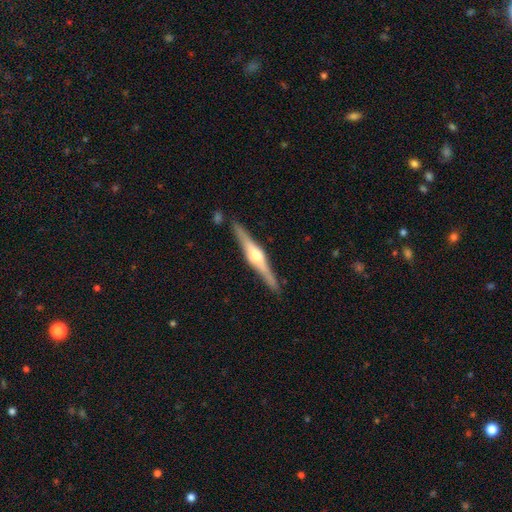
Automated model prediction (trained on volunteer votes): Smooth or featured? featured or disk (80%)
Edge-on disk? yes (98%)
Edge-on bulge? rounded (91%)
Merging? none (89%)